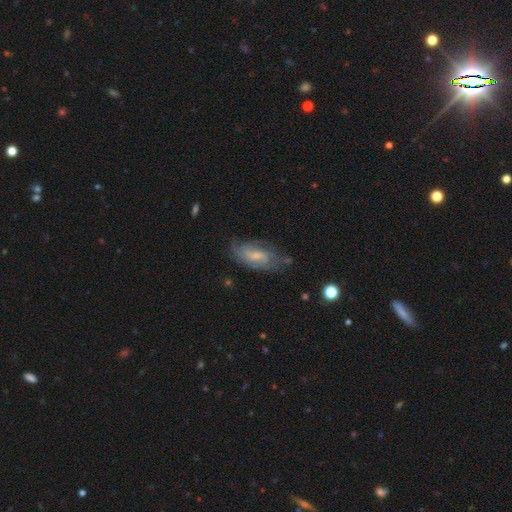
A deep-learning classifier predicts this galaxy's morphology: Q: Smooth or featured?
A: featured or disk (68%); runner-up: smooth (25%)
Q: Edge-on disk?
A: no (91%); runner-up: yes (9%)
Q: Bar?
A: no (49%); runner-up: weak (43%)
Q: Spiral arms?
A: yes (86%); runner-up: no (14%)
Q: Spiral winding?
A: tight (44%); runner-up: medium (40%)
Q: Spiral arm count?
A: can't tell (45%); runner-up: 2 (28%)
Q: Bulge size?
A: small (52%); runner-up: moderate (32%)
Q: Merging?
A: none (63%); runner-up: minor disturbance (24%)